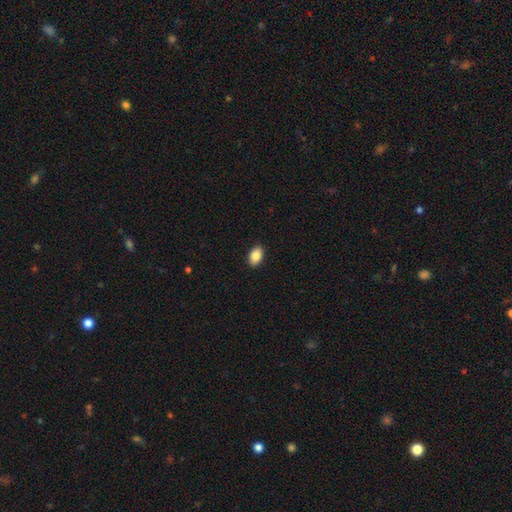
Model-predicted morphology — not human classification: smooth_or_featured: smooth (p=0.86) [alt: star or artifact p=0.07]
how_rounded: in between (p=0.89) [alt: round p=0.09]
merging: none (p=0.90) [alt: minor disturbance p=0.07]